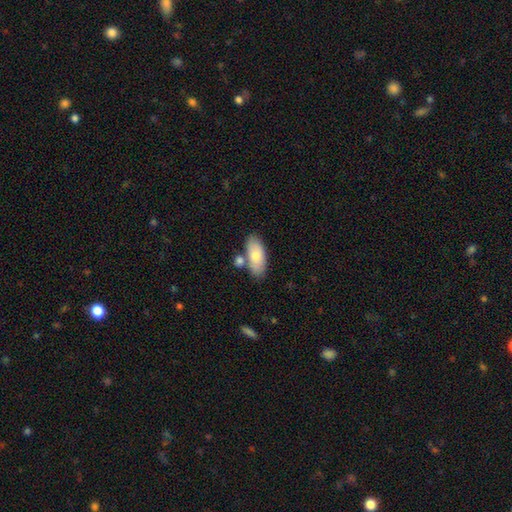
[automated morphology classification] smooth-or-featured: smooth: 77% | featured or disk: 17% | star or artifact: 6%
  how-rounded: in between: 89% | cigar-shaped: 9% | round: 3%
  merging: none: 68% | merger: 16% | minor disturbance: 13% | major disturbance: 3%